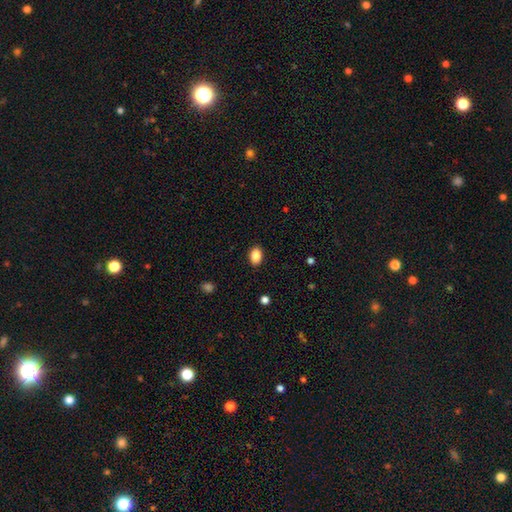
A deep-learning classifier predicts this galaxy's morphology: Smooth or featured: smooth — 86% (star or artifact — 8%)
How rounded: in between — 83% (round — 16%)
Merging: none — 89% (minor disturbance — 8%)